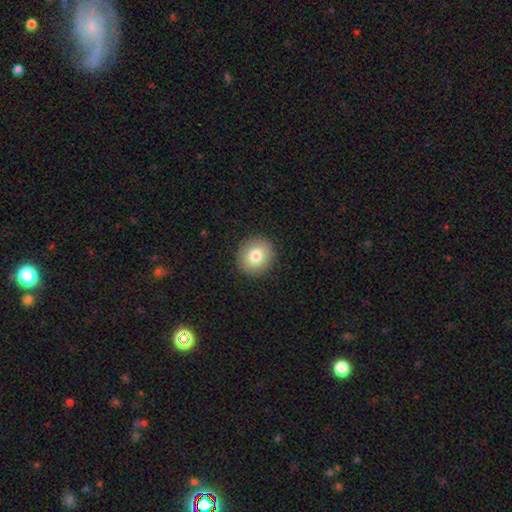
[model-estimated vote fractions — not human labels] The model was most divided on "smooth or featured": smooth: 80%, featured or disk: 11%, star or artifact: 9%. More confident: merging — none (91%); how rounded — round (88%).